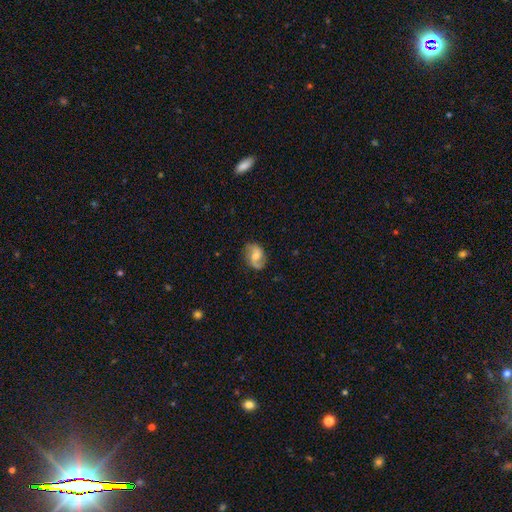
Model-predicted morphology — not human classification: type=featured or disk (68%); edge-on=no (97%); bar=weak (46%); spiral arms=yes (93%); winding=loose (48%); arm count=2 (86%); bulge=moderate (47%); merging=none (75%).